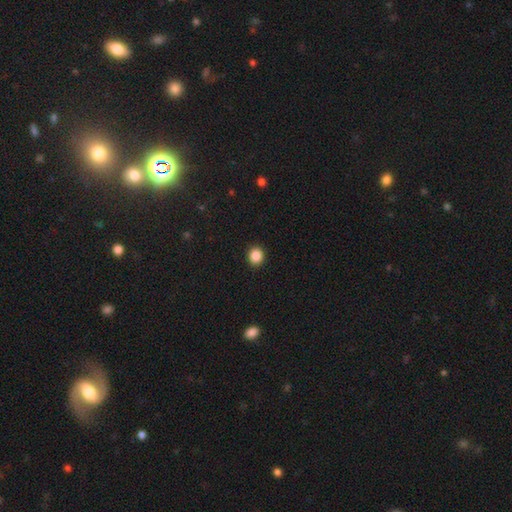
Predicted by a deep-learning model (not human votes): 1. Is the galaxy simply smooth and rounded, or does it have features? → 87% smooth, 10% star or artifact, 3% featured or disk.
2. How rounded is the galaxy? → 80% round, 19% in between, 1% cigar-shaped.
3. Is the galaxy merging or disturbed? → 92% none, 6% minor disturbance, 2% major disturbance, 1% merger.